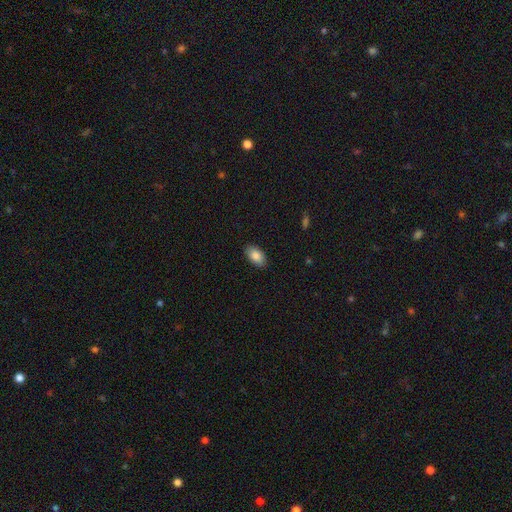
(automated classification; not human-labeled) This appears to be a smooth galaxy with no disk features (86%) that is in between round and cigar-shaped (94%). Merging: none (89%).